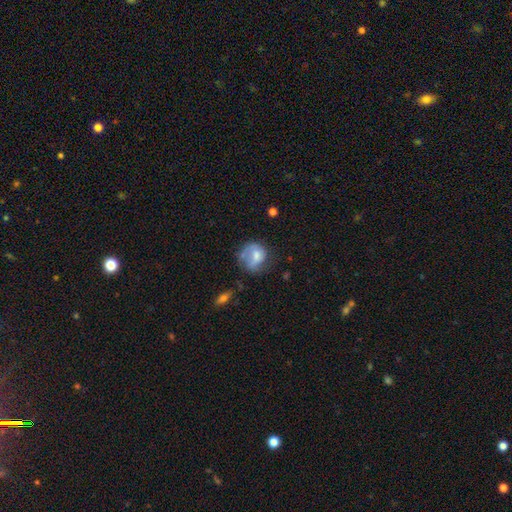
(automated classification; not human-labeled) Smooth or featured: smooth — 62% (featured or disk — 29%)
How rounded: round — 68% (in between — 31%)
Merging: none — 40% (minor disturbance — 29%)